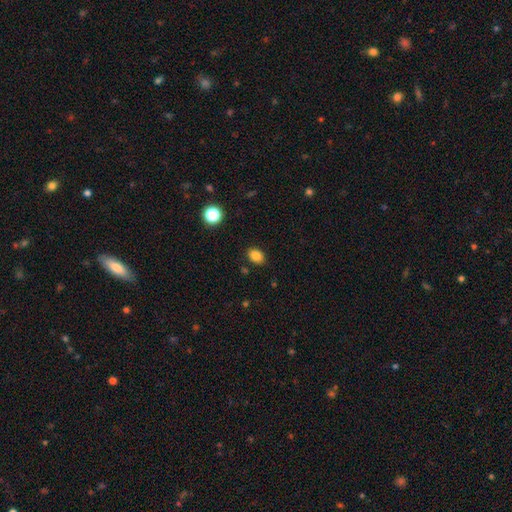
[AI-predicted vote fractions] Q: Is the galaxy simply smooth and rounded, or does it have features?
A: smooth — 85%.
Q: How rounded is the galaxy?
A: in between — 71%.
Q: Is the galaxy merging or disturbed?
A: none — 86%.